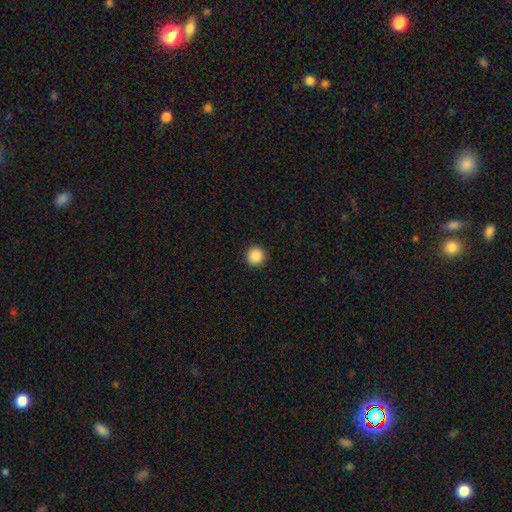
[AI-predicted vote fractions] This is clearly a smooth galaxy (88%). How rounded: clearly round (96%). Merging: clearly none (94%).